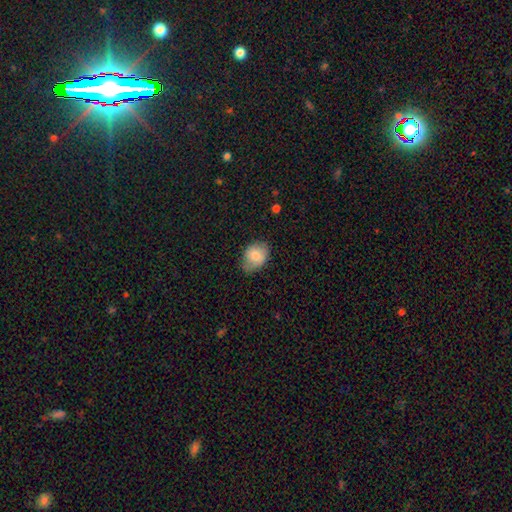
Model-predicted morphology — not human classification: smooth-or-featured: smooth: 78% | featured or disk: 15% | star or artifact: 7%
  how-rounded: in between: 67% | round: 32% | cigar-shaped: 1%
  merging: none: 65% | minor disturbance: 28% | major disturbance: 6% | merger: 1%